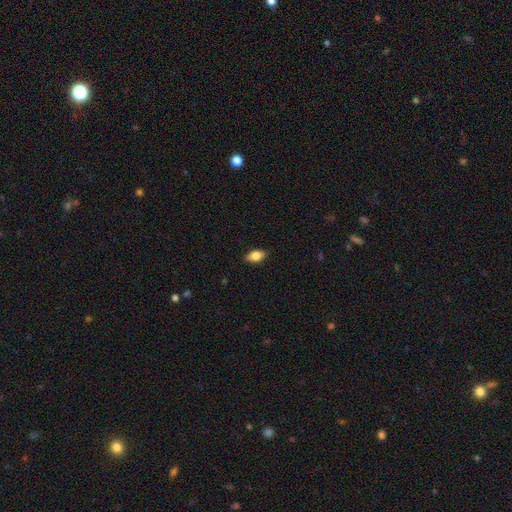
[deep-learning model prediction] smooth 81%, featured or disk 11%, star or artifact 8%. Down the decision tree: how rounded — in between (87%); merging — none (86%).